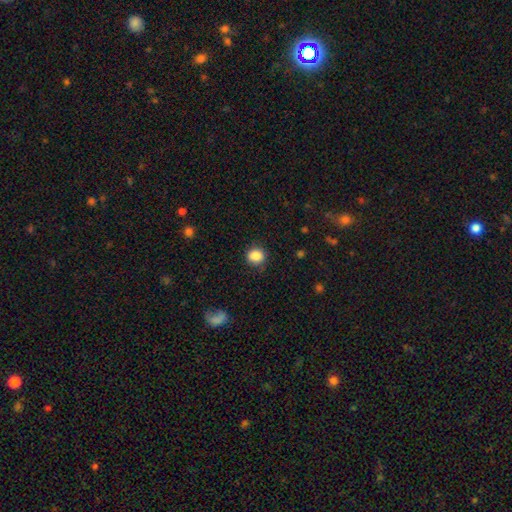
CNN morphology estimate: This is clearly a smooth galaxy (86%). How rounded: likely round (78%). Merging: clearly none (84%).